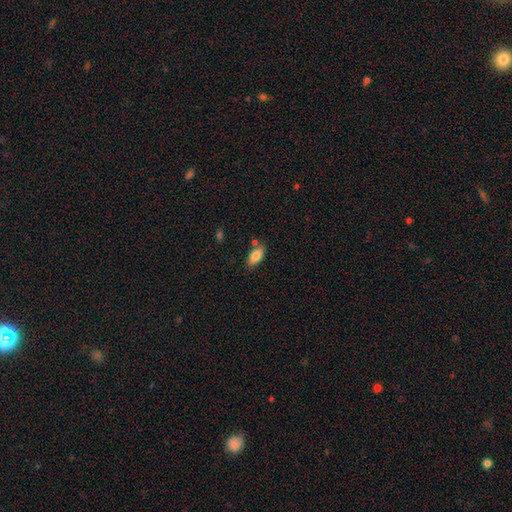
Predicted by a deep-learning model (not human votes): smooth_or_featured: smooth (p=0.84) [alt: featured or disk p=0.09]
how_rounded: in between (p=0.90) [alt: cigar-shaped p=0.07]
merging: none (p=0.74) [alt: minor disturbance p=0.14]